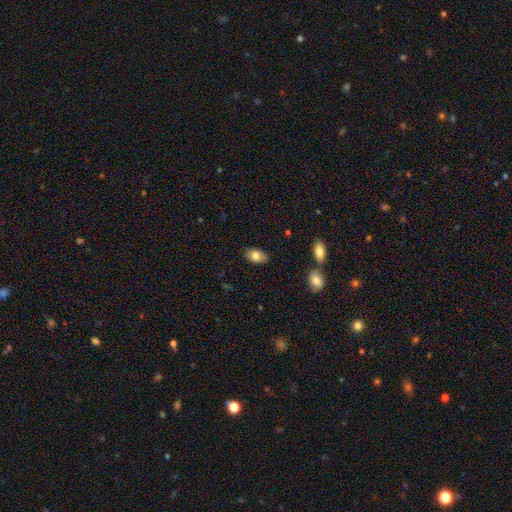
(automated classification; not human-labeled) A smooth galaxy with no disk features (80%) that is in between round and cigar-shaped (91%). Merging: none (85%).